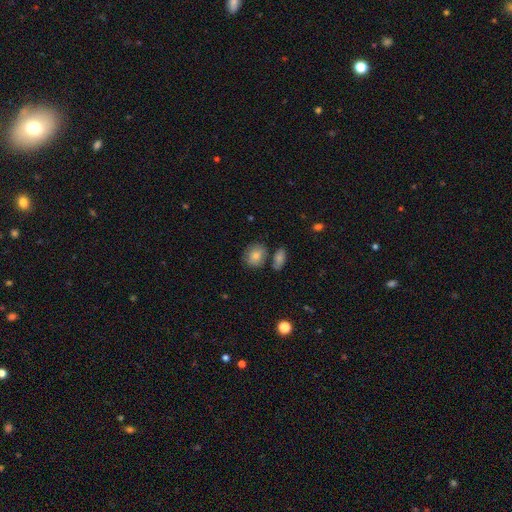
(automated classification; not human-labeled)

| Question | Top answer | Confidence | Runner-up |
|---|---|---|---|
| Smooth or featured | smooth | 77% | featured or disk (13%) |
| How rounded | round | 60% | in between (39%) |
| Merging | none | 67% | minor disturbance (14%) |